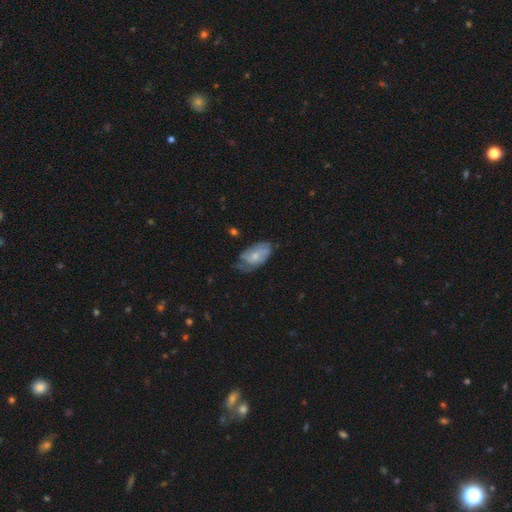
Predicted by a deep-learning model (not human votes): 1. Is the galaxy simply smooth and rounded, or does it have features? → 53% smooth, 40% featured or disk, 7% star or artifact.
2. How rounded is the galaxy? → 92% in between, 5% round, 3% cigar-shaped.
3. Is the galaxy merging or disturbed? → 40% none, 39% minor disturbance, 19% major disturbance, 2% merger.